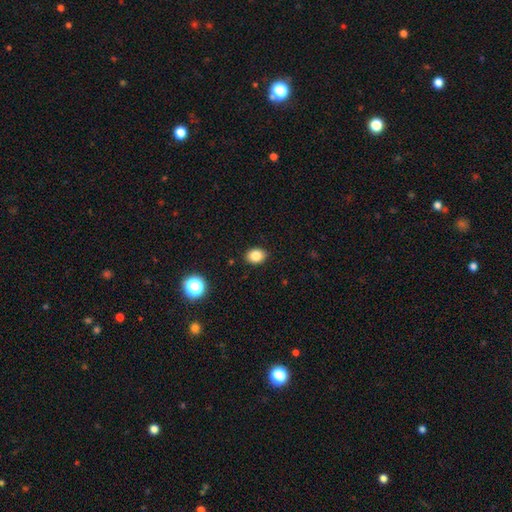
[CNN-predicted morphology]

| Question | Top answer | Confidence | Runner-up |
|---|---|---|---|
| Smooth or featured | smooth | 84% | star or artifact (11%) |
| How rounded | in between | 56% | round (43%) |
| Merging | none | 90% | minor disturbance (7%) |